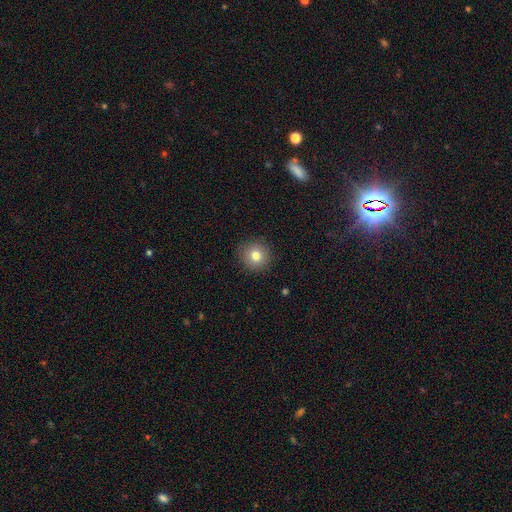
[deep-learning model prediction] A smooth galaxy with no disk features (79%) that is round (93%). Merging: none (90%).